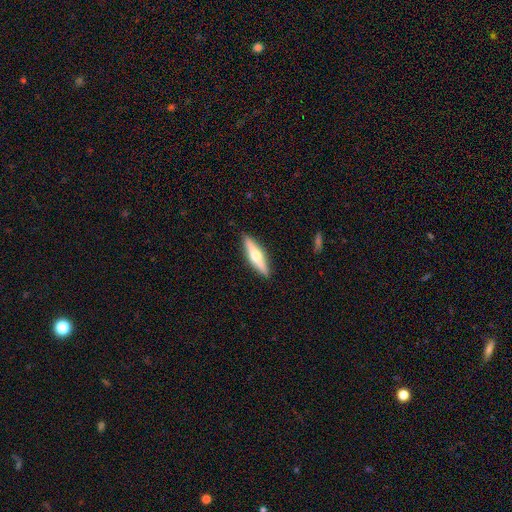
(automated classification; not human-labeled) A featured or disk galaxy (59%) viewed edge-on (95%) with a rounded central bulge (94%). Merging: none (90%).